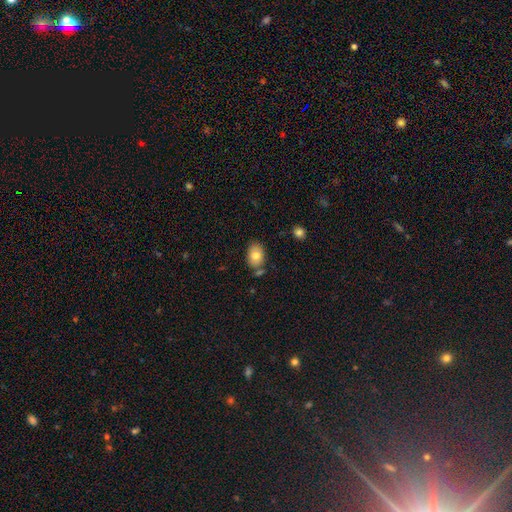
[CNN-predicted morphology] smooth 80%, featured or disk 13%, star or artifact 8%. Down the decision tree: how rounded — in between (81%); merging — none (73%).